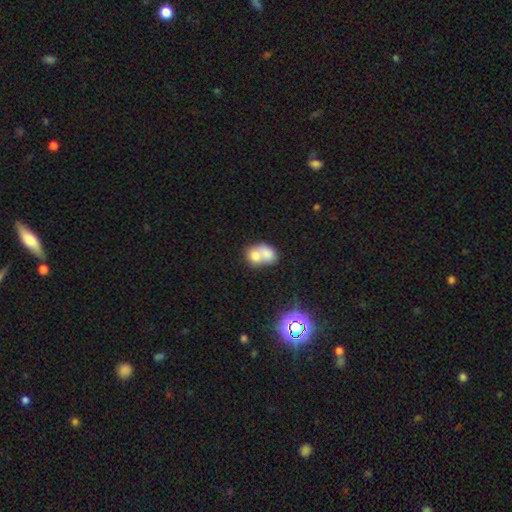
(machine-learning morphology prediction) smooth 72%, featured or disk 18%, star or artifact 10%. Down the decision tree: how rounded — in between (54%); merging — merger (72%).